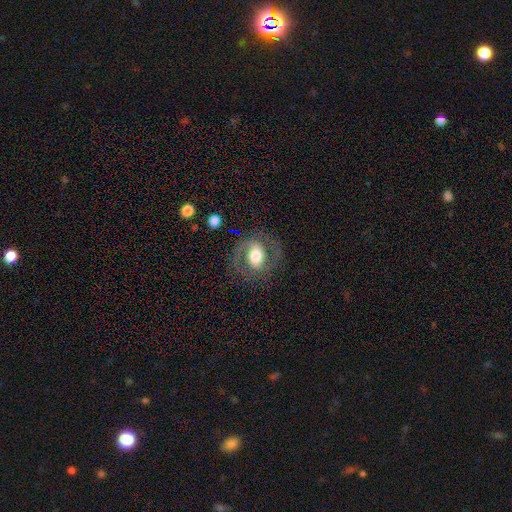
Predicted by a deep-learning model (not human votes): smooth-or-featured: featured or disk: 69% | smooth: 24% | star or artifact: 7%
  disk-edge-on: no: 96% | yes: 4%
    bar: weak: 38% | no: 32% | strong: 30%
    has-spiral-arms: yes: 78% | no: 22%
      spiral-winding: medium: 54% | tight: 28% | loose: 18%
      spiral-arm-count: 2: 86% | can't tell: 6% | 1: 5% | 3: 1% | 4: 1% | more than 4: 1%
    bulge-size: moderate: 53% | large: 34% | small: 8% | dominant: 4% | none: 1%
  merging: none: 75% | minor disturbance: 13% | major disturbance: 10% | merger: 2%